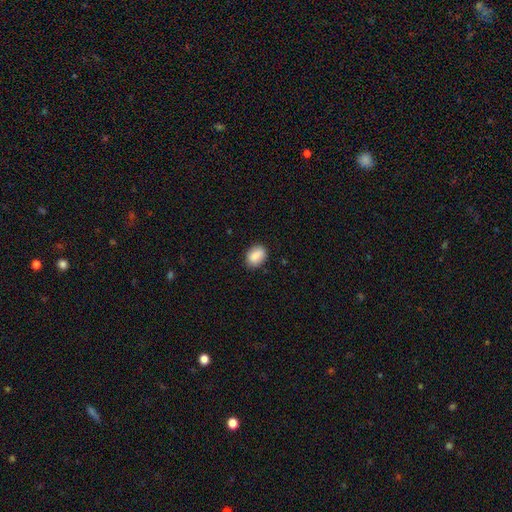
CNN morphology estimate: Overall: smooth (88%). How rounded: in between (76%). Merging: none (84%).